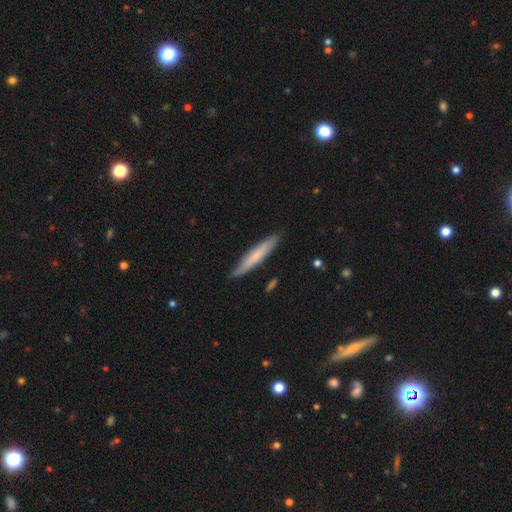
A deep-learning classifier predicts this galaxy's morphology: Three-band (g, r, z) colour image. It shows a smooth galaxy with no disk features (65%) that is cigar-shaped (93%). Merging: none (88%).